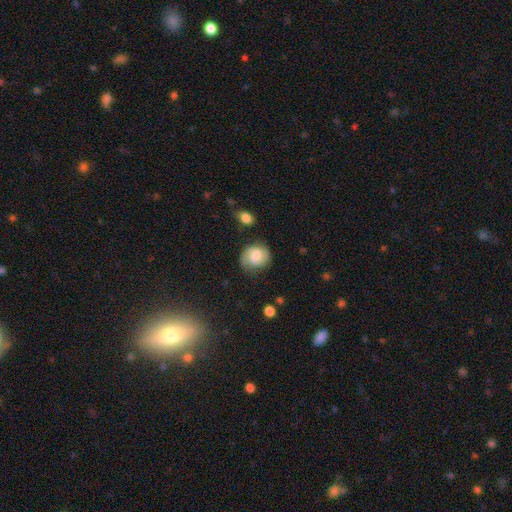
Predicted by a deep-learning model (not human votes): Q: Smooth or featured?
A: smooth (58%); runner-up: featured or disk (33%)
Q: How rounded?
A: round (67%); runner-up: in between (32%)
Q: Merging?
A: none (70%); runner-up: minor disturbance (21%)